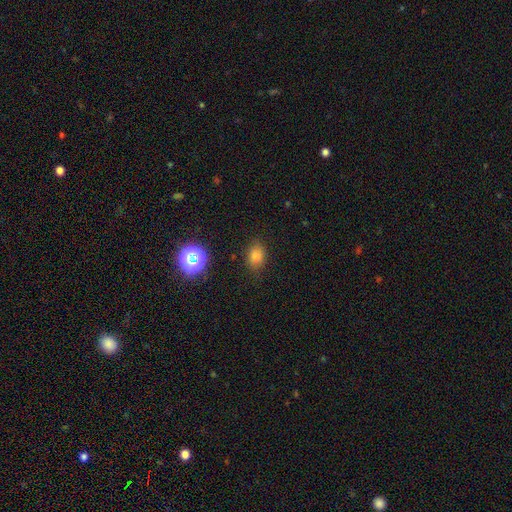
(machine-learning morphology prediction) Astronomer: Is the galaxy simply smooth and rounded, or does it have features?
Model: smooth — 78%.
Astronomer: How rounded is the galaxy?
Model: in between — 65%.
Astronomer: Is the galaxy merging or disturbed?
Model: none — 82%.